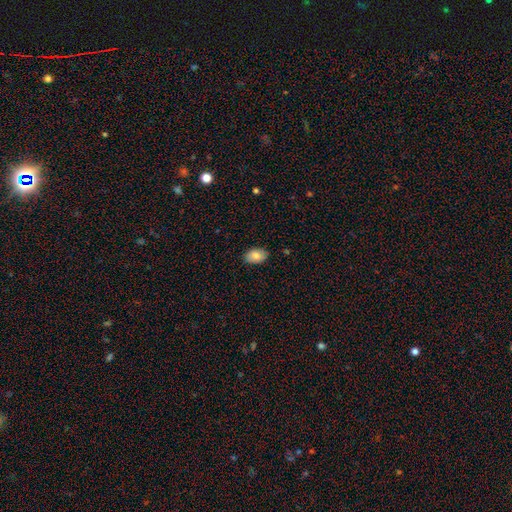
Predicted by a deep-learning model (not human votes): Smooth or featured: smooth — 82% (featured or disk — 11%)
How rounded: in between — 90% (round — 8%)
Merging: none — 86% (minor disturbance — 11%)